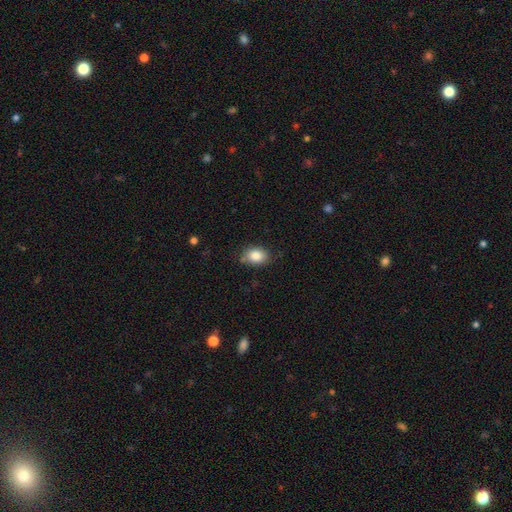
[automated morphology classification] A smooth galaxy with no disk features (86%) that is in between round and cigar-shaped (73%). Merging: none (77%).